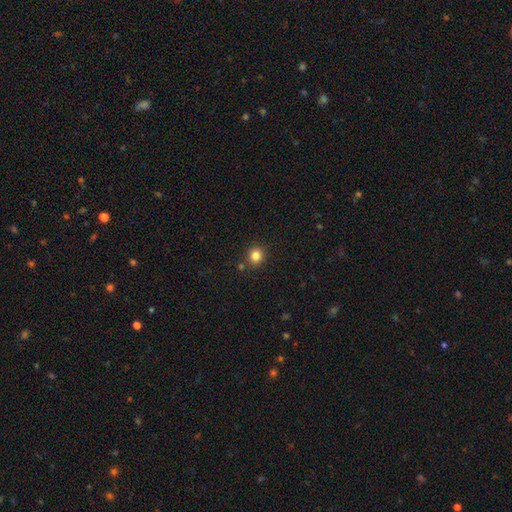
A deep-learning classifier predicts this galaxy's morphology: Smooth or featured: smooth — 83% (star or artifact — 12%)
How rounded: round — 84% (in between — 15%)
Merging: none — 85% (minor disturbance — 8%)